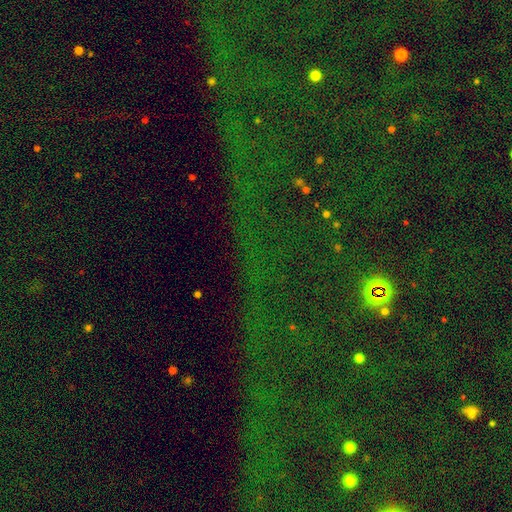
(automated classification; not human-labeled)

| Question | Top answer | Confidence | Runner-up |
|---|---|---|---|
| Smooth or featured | star or artifact | 81% | smooth (10%) |